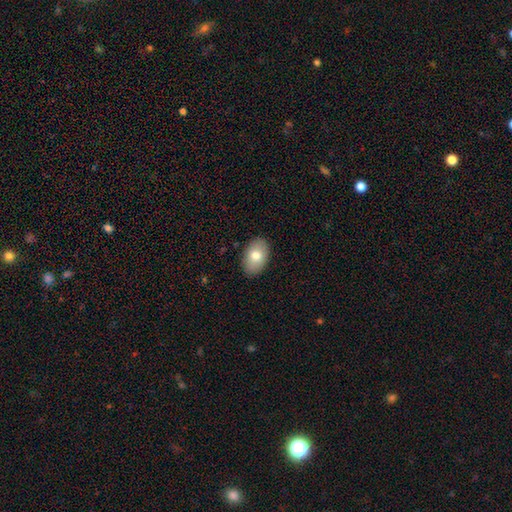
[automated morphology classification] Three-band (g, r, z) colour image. It shows a smooth galaxy with no disk features (77%) that is in between round and cigar-shaped (91%). Merging: none (88%).